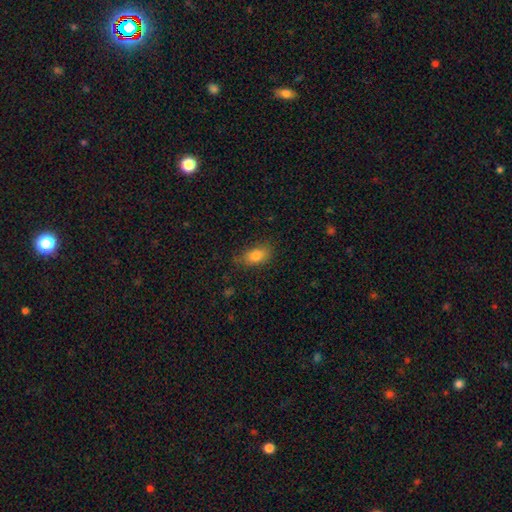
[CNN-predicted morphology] Smooth or featured: smooth — 82% (star or artifact — 9%)
How rounded: in between — 87% (round — 8%)
Merging: none — 76% (minor disturbance — 18%)